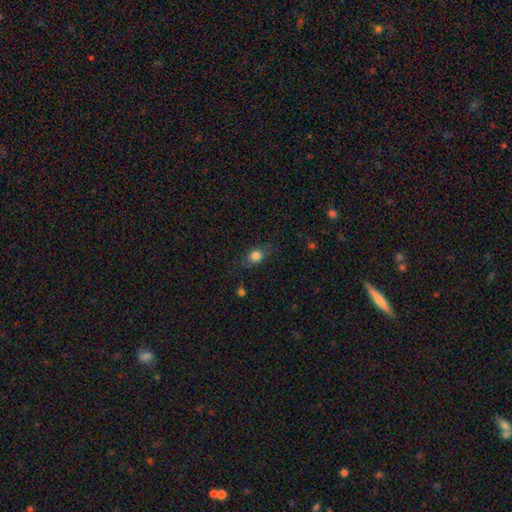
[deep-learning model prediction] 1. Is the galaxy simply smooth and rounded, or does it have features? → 77% smooth, 13% featured or disk, 11% star or artifact.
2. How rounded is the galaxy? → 53% round, 42% in between, 4% cigar-shaped.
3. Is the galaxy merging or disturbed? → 72% none, 19% minor disturbance, 7% major disturbance, 1% merger.